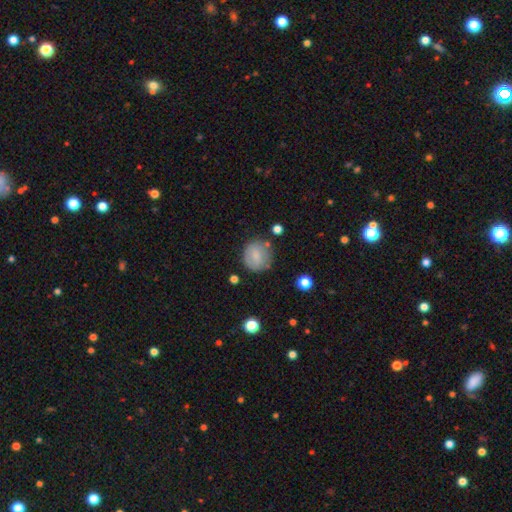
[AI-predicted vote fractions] smooth_or_featured: smooth (p=0.74) [alt: featured or disk p=0.18]
how_rounded: round (p=0.83) [alt: in between p=0.16]
merging: none (p=0.74) [alt: minor disturbance p=0.17]